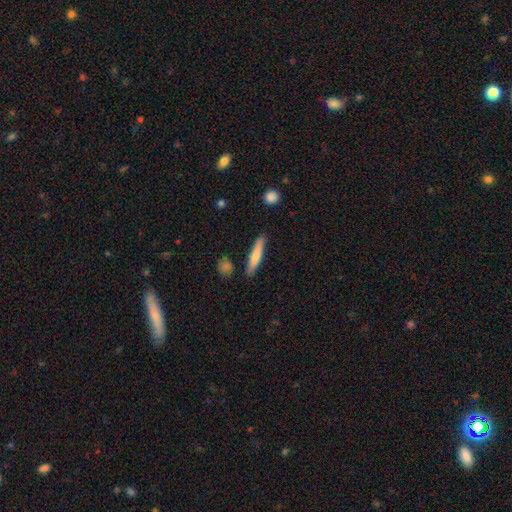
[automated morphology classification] A smooth galaxy with no disk features (75%) that is cigar-shaped (89%). Merging: none (86%).